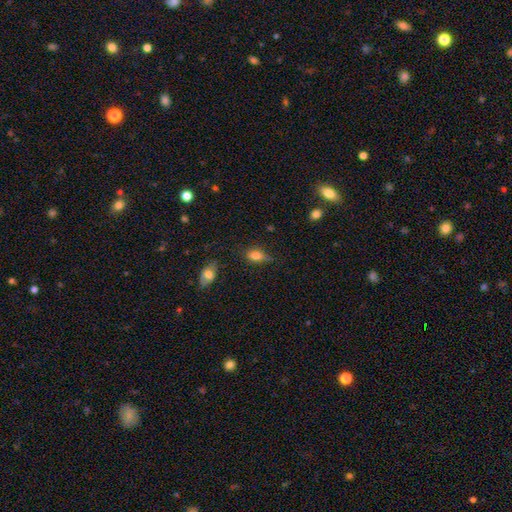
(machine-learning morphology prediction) smooth 78%, featured or disk 12%, star or artifact 10%. Down the decision tree: how rounded — in between (82%); merging — none (54%).